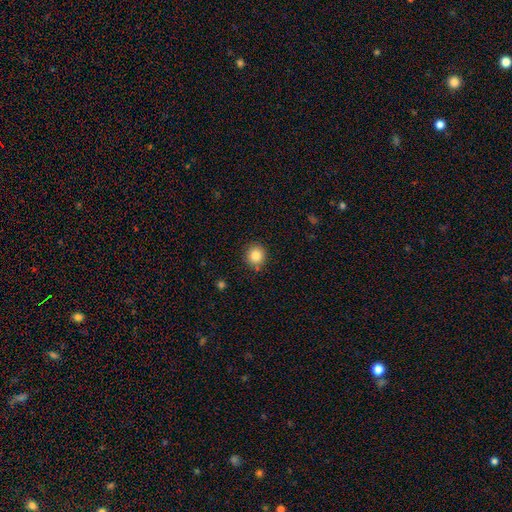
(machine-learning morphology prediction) smooth-or-featured: smooth: 84% | star or artifact: 10% | featured or disk: 6%
  how-rounded: round: 91% | in between: 8% | cigar-shaped: 1%
  merging: none: 85% | minor disturbance: 9% | merger: 3% | major disturbance: 2%